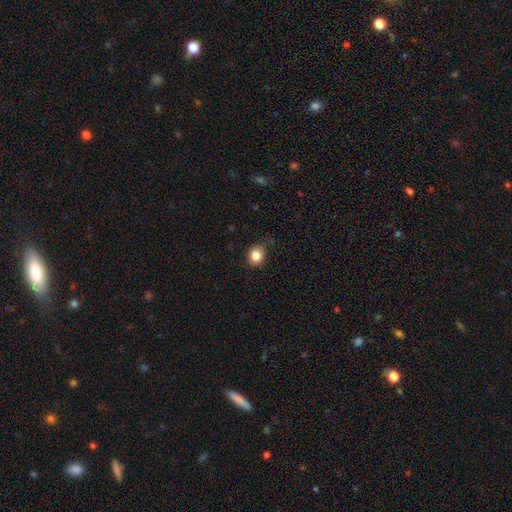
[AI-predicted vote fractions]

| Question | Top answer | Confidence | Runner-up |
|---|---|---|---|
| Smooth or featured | smooth | 84% | star or artifact (11%) |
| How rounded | round | 75% | in between (24%) |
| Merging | none | 72% | minor disturbance (22%) |